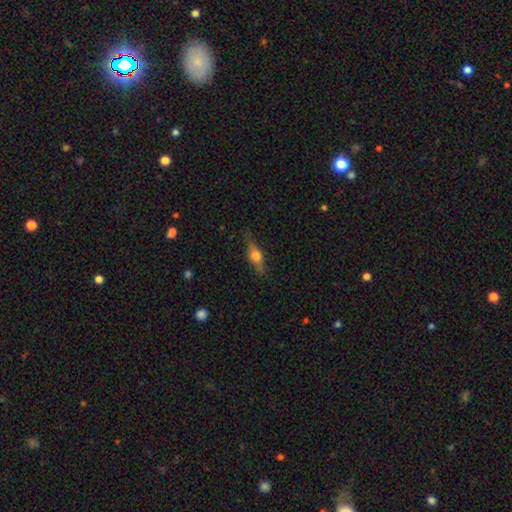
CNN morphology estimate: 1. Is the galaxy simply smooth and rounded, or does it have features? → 54% featured or disk, 37% smooth, 9% star or artifact.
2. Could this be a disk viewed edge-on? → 93% yes, 7% no.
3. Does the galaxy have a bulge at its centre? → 94% rounded, 5% boxy, 2% none.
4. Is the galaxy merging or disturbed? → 81% none, 14% minor disturbance, 4% major disturbance, 1% merger.